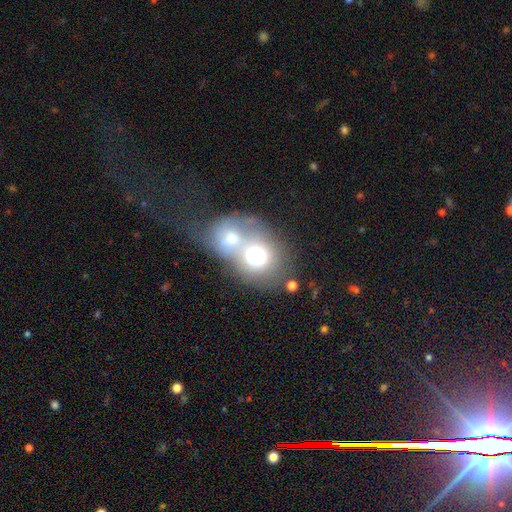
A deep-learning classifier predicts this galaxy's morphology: Smooth or featured?
  - smooth: 63% *
  - featured or disk: 24%
  - star or artifact: 13%
How rounded?
  - round: 62% *
  - in between: 37%
  - cigar-shaped: 1%
Merging?
  - merger: 71% *
  - none: 16%
  - major disturbance: 7%
  - minor disturbance: 6%